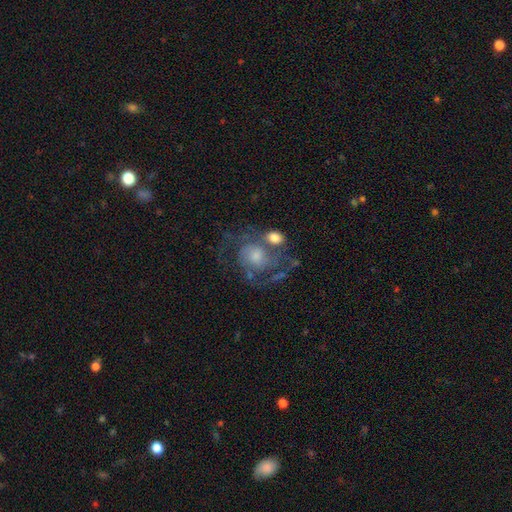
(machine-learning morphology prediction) This is likely a featured or disk galaxy (75%). It is clearly not viewed edge-on (97%). Bar: likely no (71%). Spiral arm pattern: clearly yes (88%). Spiral arm count: possibly 2 (53%). Spiral winding: possibly medium (47%). Central bulge: marginally moderate (42%). Merging: possibly none (50%).